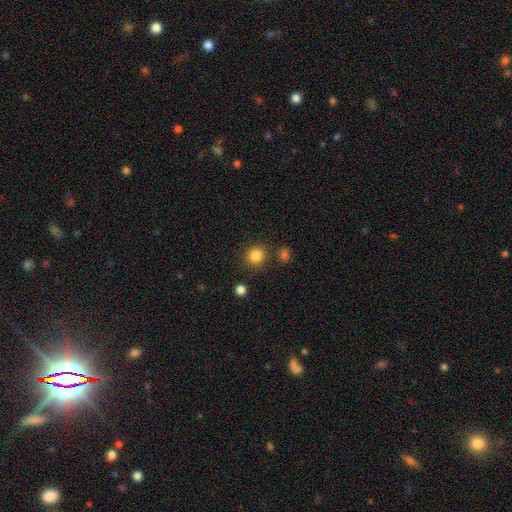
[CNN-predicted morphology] A smooth galaxy with no disk features (84%) that is round (91%).

Vote fractions:
- Smooth or featured? smooth: 84% / star or artifact: 12% / featured or disk: 5%
- How rounded? round: 91% / in between: 8% / cigar-shaped: 1%
- Merging? none: 84% / minor disturbance: 7% / merger: 5% / major disturbance: 3%